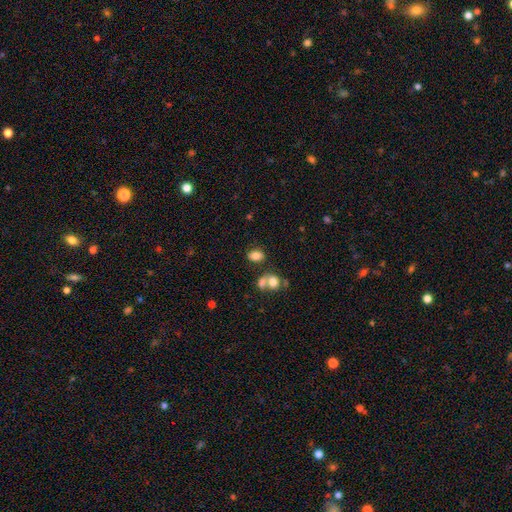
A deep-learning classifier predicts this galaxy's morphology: smooth-or-featured: smooth: 80% | star or artifact: 11% | featured or disk: 9%
  how-rounded: in between: 79% | round: 20% | cigar-shaped: 2%
  merging: none: 68% | merger: 16% | minor disturbance: 12% | major disturbance: 4%